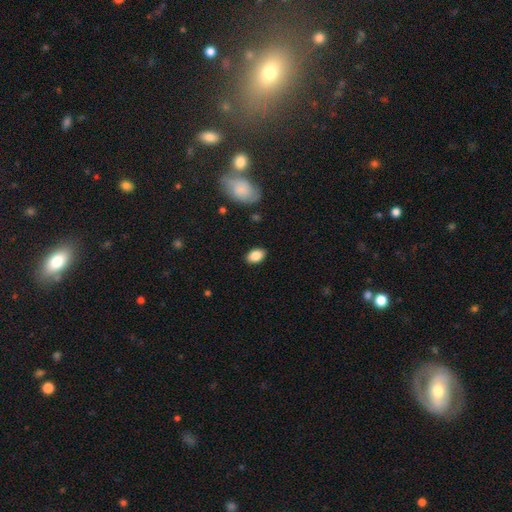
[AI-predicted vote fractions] This is clearly a smooth galaxy (86%). How rounded: clearly in between (88%). Merging: clearly none (86%).